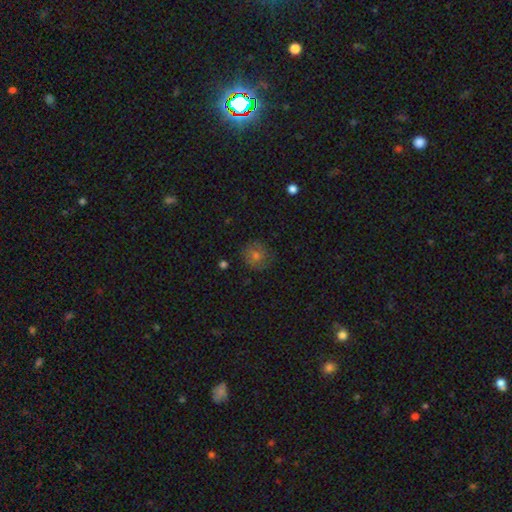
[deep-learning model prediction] smooth_or_featured: smooth (p=0.64) [alt: featured or disk p=0.20]
how_rounded: round (p=0.88) [alt: in between p=0.11]
merging: none (p=0.82) [alt: minor disturbance p=0.13]